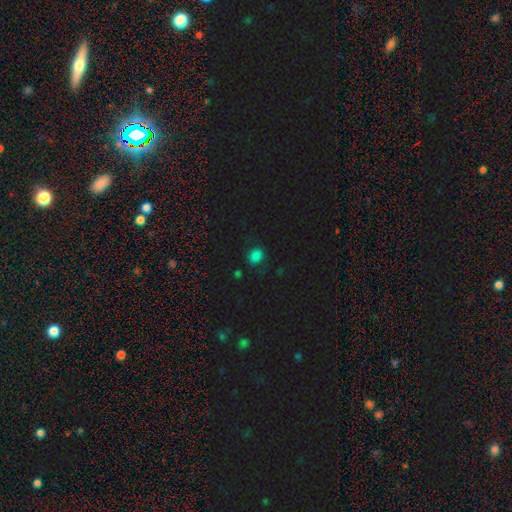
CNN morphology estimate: smooth-or-featured: smooth: 69% | star or artifact: 22% | featured or disk: 8%
  how-rounded: round: 53% | in between: 45% | cigar-shaped: 1%
  merging: none: 72% | minor disturbance: 18% | major disturbance: 8% | merger: 3%